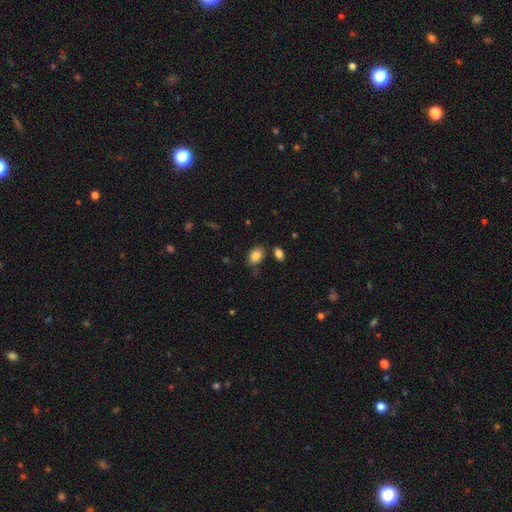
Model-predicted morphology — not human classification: Smooth or featured: smooth — 84% (star or artifact — 8%)
How rounded: in between — 87% (round — 12%)
Merging: none — 77% (minor disturbance — 14%)